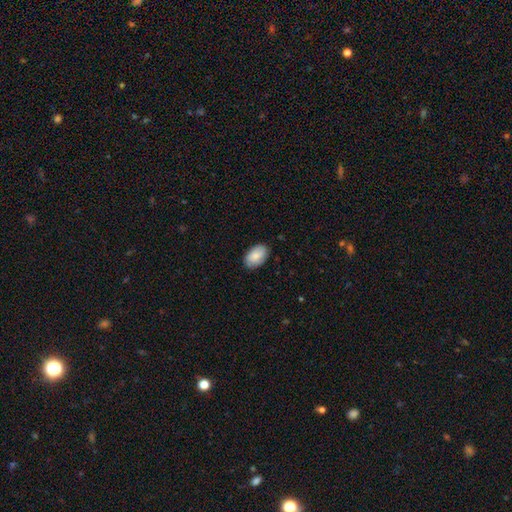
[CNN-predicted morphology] Smooth or featured?
  - smooth: 84% *
  - featured or disk: 10%
  - star or artifact: 6%
How rounded?
  - in between: 93% *
  - round: 6%
  - cigar-shaped: 1%
Merging?
  - none: 84% *
  - minor disturbance: 13%
  - major disturbance: 2%
  - merger: 1%